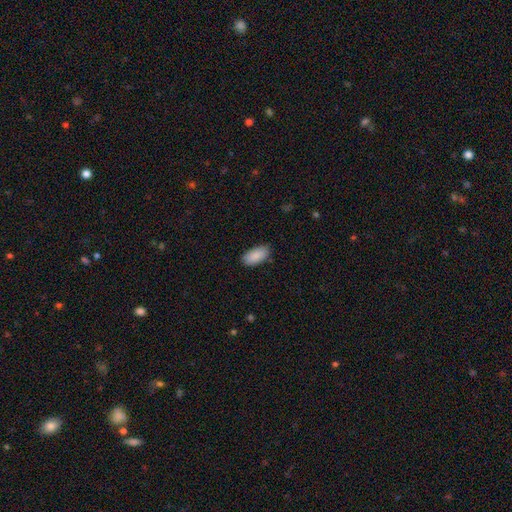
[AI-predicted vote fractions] smooth-or-featured: smooth: 89% | star or artifact: 6% | featured or disk: 5%
  how-rounded: in between: 94% | cigar-shaped: 4% | round: 2%
  merging: none: 84% | minor disturbance: 12% | major disturbance: 2% | merger: 1%